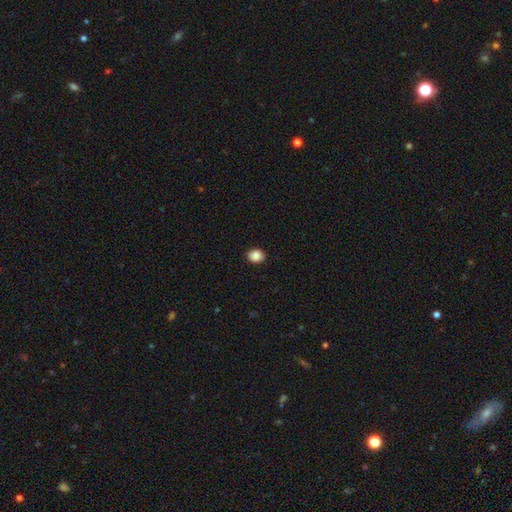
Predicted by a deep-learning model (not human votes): This appears to be a smooth galaxy with no disk features (88%) that is round (62%). Merging: none (90%).